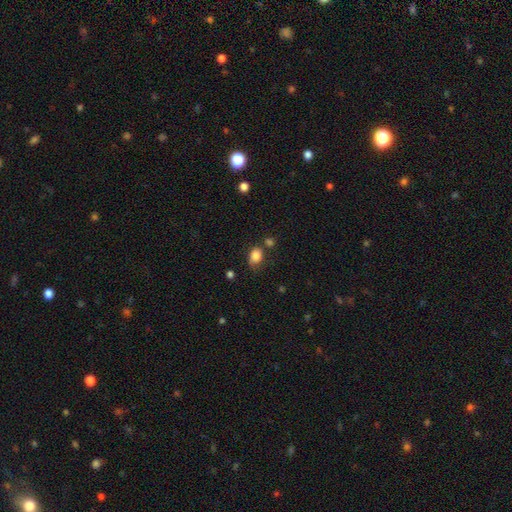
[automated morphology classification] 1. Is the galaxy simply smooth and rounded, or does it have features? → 84% smooth, 10% star or artifact, 6% featured or disk.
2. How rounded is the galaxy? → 69% in between, 30% round, 1% cigar-shaped.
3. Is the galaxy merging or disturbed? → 60% none, 24% minor disturbance, 10% merger, 7% major disturbance.